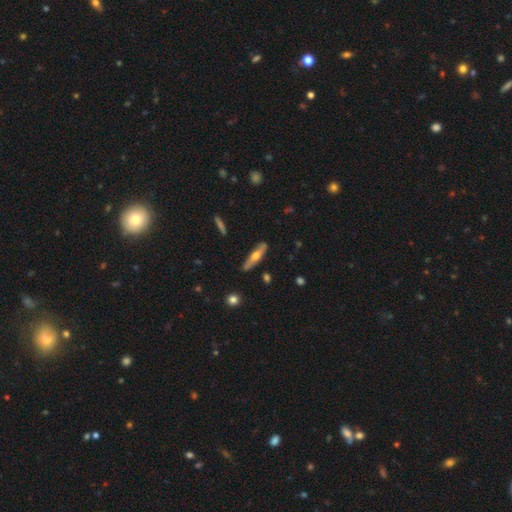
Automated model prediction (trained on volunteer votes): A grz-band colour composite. It shows a featured or disk galaxy (49%). Merging: none (82%).